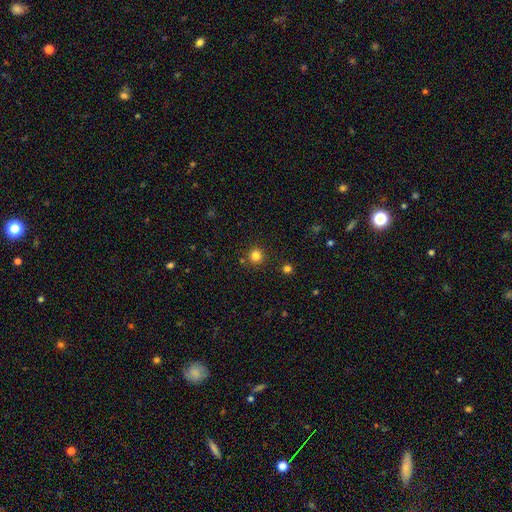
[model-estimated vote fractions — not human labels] Smooth or featured: smooth — 81% (star or artifact — 14%)
How rounded: round — 95% (in between — 4%)
Merging: none — 89% (minor disturbance — 6%)